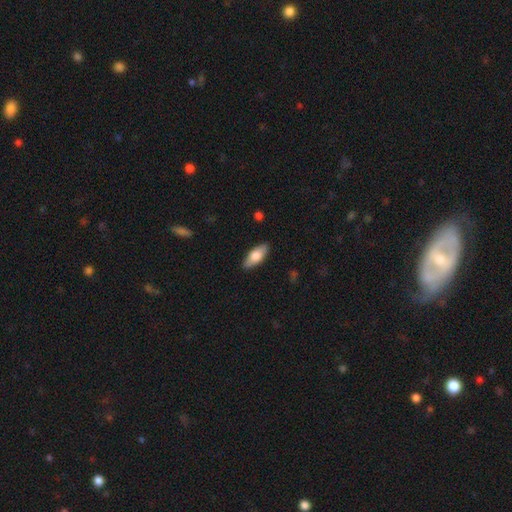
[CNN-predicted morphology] Smooth or featured?
  - smooth: 72% *
  - featured or disk: 22%
  - star or artifact: 6%
How rounded?
  - in between: 81% *
  - cigar-shaped: 16%
  - round: 2%
Merging?
  - none: 88% *
  - minor disturbance: 9%
  - major disturbance: 2%
  - merger: 1%